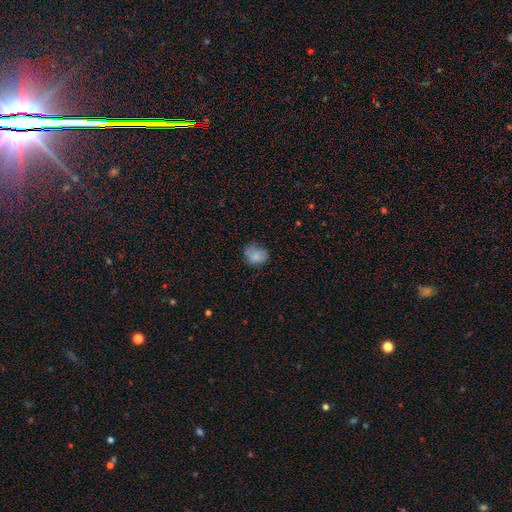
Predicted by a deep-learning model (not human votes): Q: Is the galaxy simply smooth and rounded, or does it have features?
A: smooth — 81%.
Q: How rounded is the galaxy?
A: round — 57%.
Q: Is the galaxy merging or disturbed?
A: none — 67%.